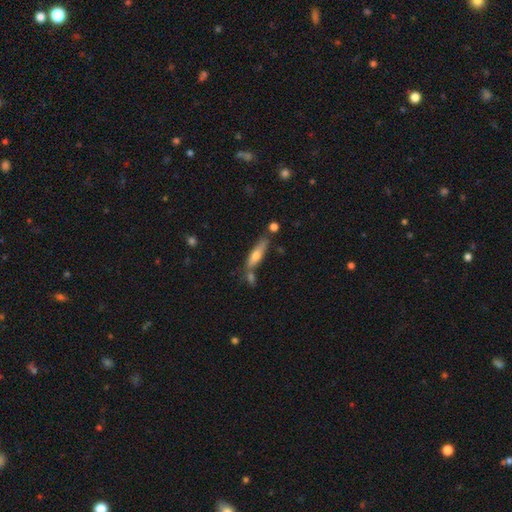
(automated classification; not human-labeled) A smooth galaxy with no disk features (58%) that is cigar-shaped (71%).

Vote fractions:
- Smooth or featured? smooth: 58% / featured or disk: 35% / star or artifact: 7%
- How rounded? cigar-shaped: 71% / in between: 27% / round: 2%
- Merging? none: 62% / merger: 17% / minor disturbance: 16% / major disturbance: 5%